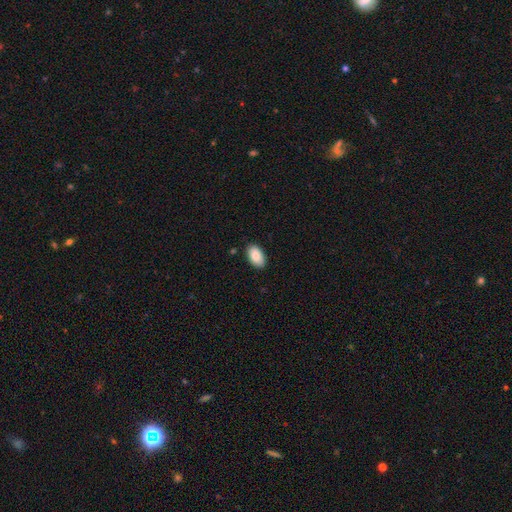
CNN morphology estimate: This appears to be a smooth galaxy with no disk features (88%) that is in between round and cigar-shaped (94%). Merging: none (88%).